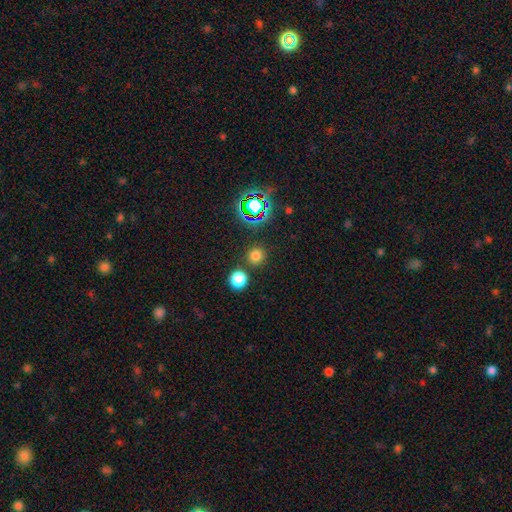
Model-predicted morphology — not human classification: Smooth or featured?
  - smooth: 71% *
  - star or artifact: 24%
  - featured or disk: 6%
How rounded?
  - round: 92% *
  - in between: 7%
  - cigar-shaped: 1%
Merging?
  - none: 83% *
  - merger: 8%
  - minor disturbance: 6%
  - major disturbance: 3%